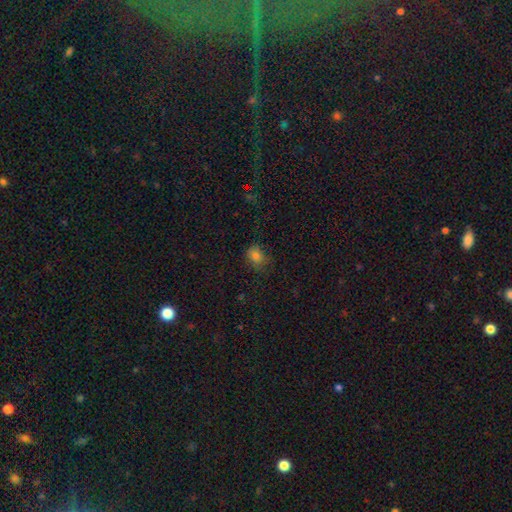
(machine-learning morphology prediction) Q: Smooth or featured?
A: smooth (77%); runner-up: star or artifact (16%)
Q: How rounded?
A: round (50%); runner-up: in between (49%)
Q: Merging?
A: none (68%); runner-up: minor disturbance (23%)